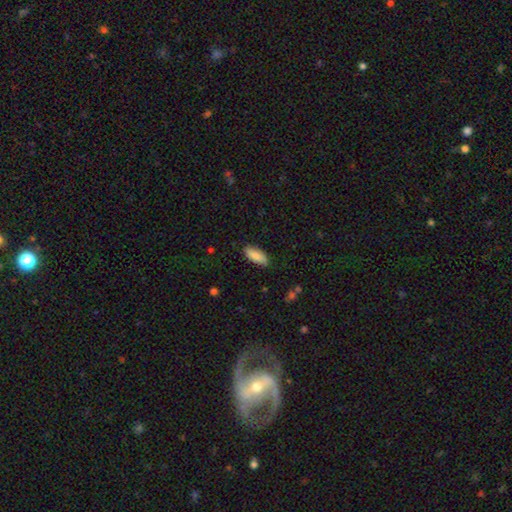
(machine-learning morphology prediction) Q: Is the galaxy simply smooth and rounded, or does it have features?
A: smooth — 86%.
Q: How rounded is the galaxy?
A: in between — 78%.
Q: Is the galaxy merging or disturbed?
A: none — 85%.